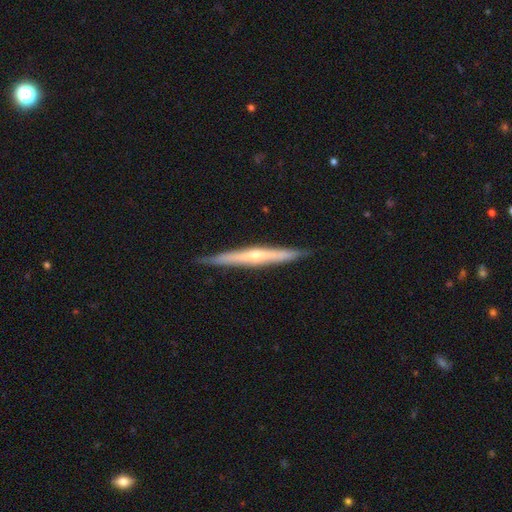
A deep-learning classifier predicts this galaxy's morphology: This is likely a featured or disk galaxy (71%). It is clearly viewed edge-on (97%). Edge-on bulge: likely rounded (71%). Merging: clearly none (90%).